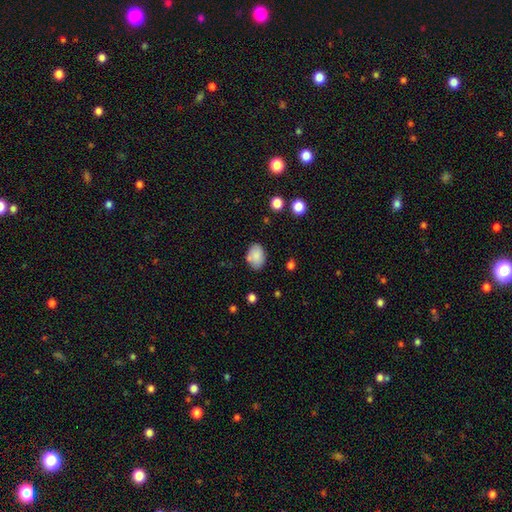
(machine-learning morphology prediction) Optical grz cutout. It shows a smooth galaxy with no disk features (85%) that is in between round and cigar-shaped (82%). Merging: none (73%).